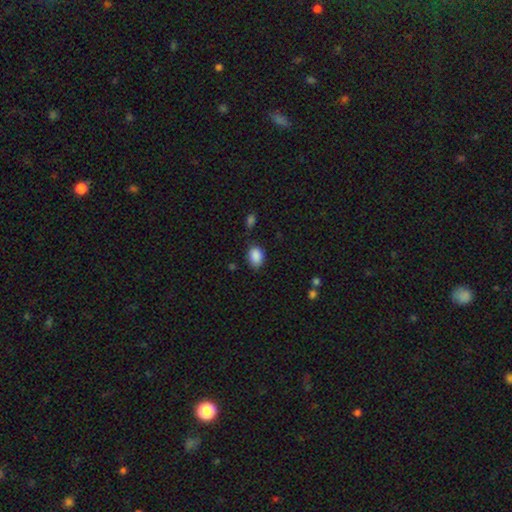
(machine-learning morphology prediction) Smooth or featured? Predicted: smooth (p=0.88). How rounded? Predicted: in between (p=0.71). Merging? Predicted: none (p=0.75).